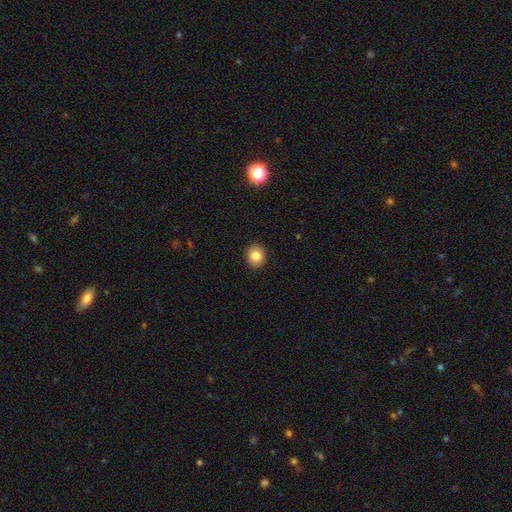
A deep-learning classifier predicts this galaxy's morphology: Smooth or featured?
  - smooth: 83% *
  - star or artifact: 10%
  - featured or disk: 7%
How rounded?
  - round: 72% *
  - in between: 27%
  - cigar-shaped: 1%
Merging?
  - none: 91% *
  - minor disturbance: 6%
  - major disturbance: 2%
  - merger: 1%